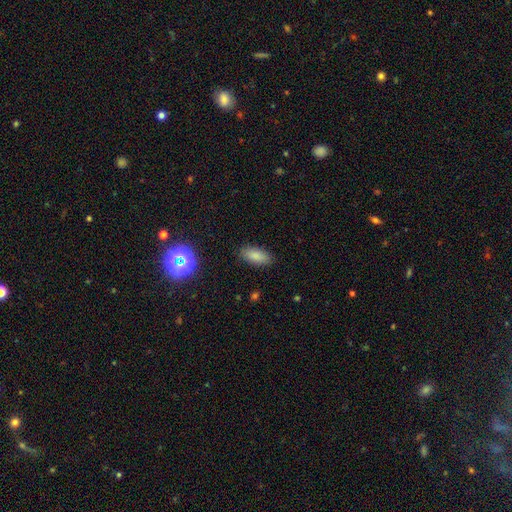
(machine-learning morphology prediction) smooth 84%, star or artifact 10%, featured or disk 6%. Down the decision tree: how rounded — in between (84%); merging — none (86%).